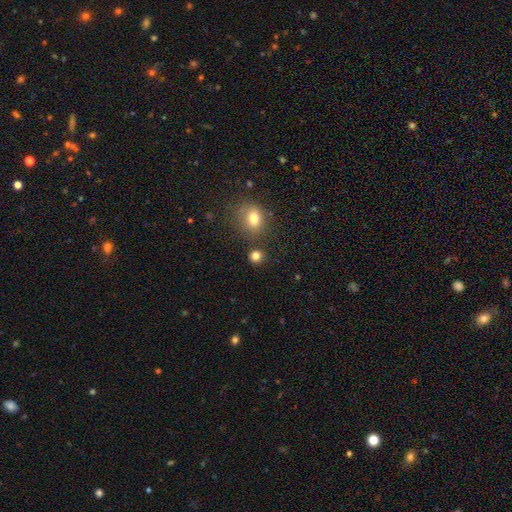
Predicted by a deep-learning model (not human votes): Q: Smooth or featured?
A: smooth (81%); runner-up: star or artifact (13%)
Q: How rounded?
A: round (85%); runner-up: in between (14%)
Q: Merging?
A: none (82%); runner-up: minor disturbance (8%)